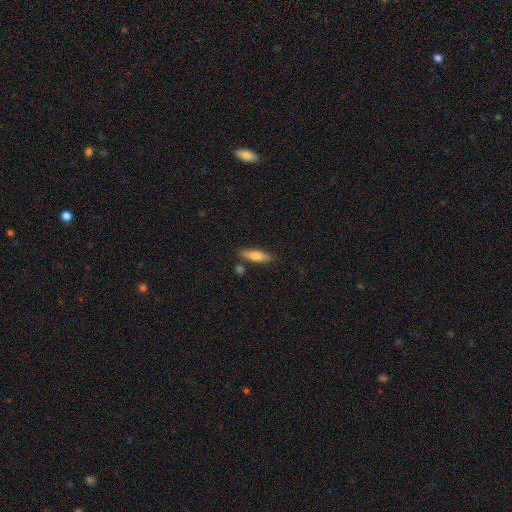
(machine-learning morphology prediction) The model was most divided on "how rounded": cigar-shaped: 57%, in between: 41%, round: 2%. More confident: merging — none (79%); smooth or featured — smooth (69%).